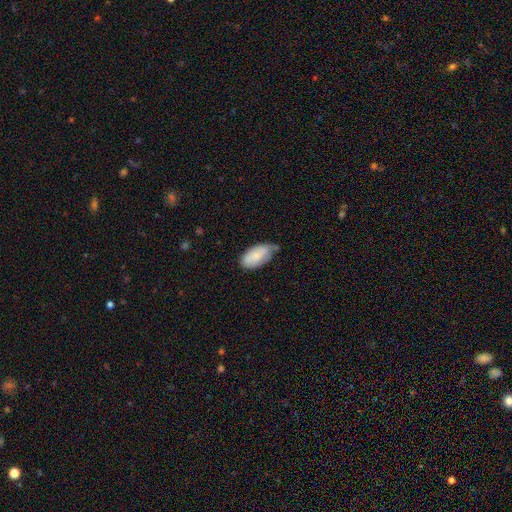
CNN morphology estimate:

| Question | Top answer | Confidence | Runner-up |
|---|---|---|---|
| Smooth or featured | smooth | 80% | featured or disk (14%) |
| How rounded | in between | 94% | cigar-shaped (3%) |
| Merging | none | 50% | minor disturbance (38%) |